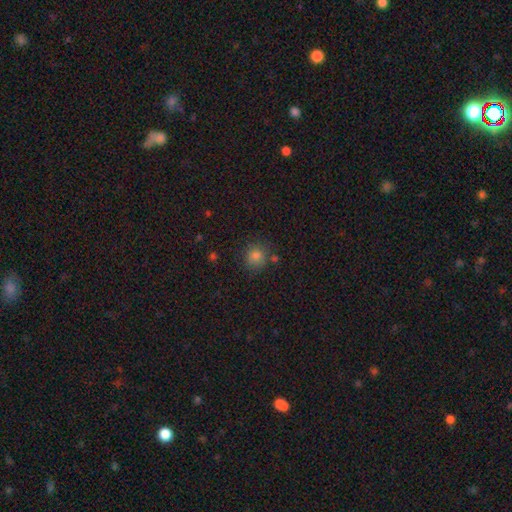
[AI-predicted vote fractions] This appears to be a smooth galaxy with no disk features (79%) that is round (89%). Merging: none (79%).